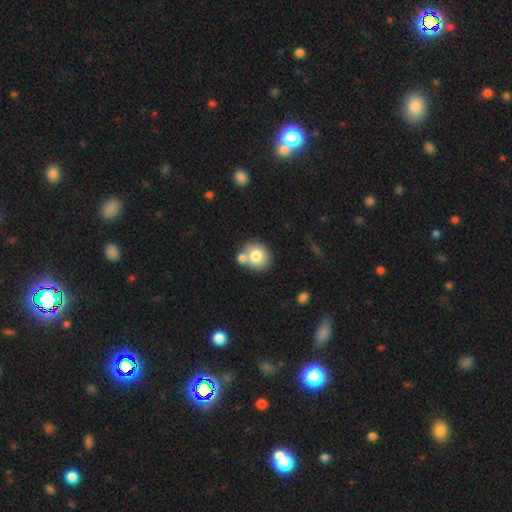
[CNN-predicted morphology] Overall: smooth (78%). How rounded: round (77%). Merging: none (56%; merger 30%).